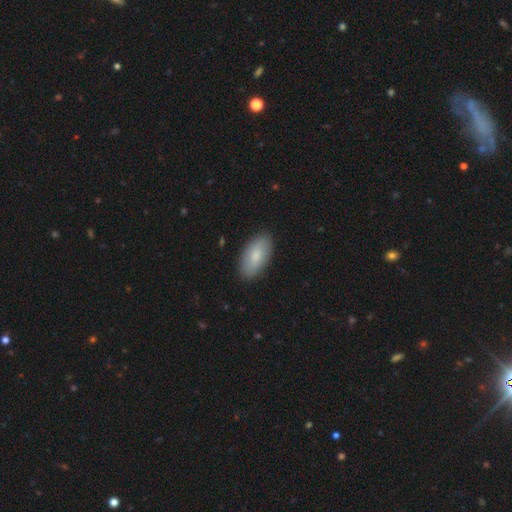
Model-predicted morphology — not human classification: Q: Smooth or featured?
A: smooth (80%); runner-up: featured or disk (14%)
Q: How rounded?
A: in between (94%); runner-up: cigar-shaped (4%)
Q: Merging?
A: none (88%); runner-up: minor disturbance (9%)